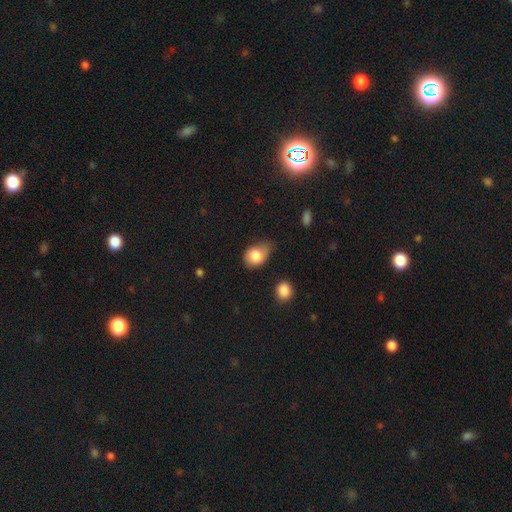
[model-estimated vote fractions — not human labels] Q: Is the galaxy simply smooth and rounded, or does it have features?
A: smooth — 80%.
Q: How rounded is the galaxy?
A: in between — 64%.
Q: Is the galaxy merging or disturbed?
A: minor disturbance — 44%.